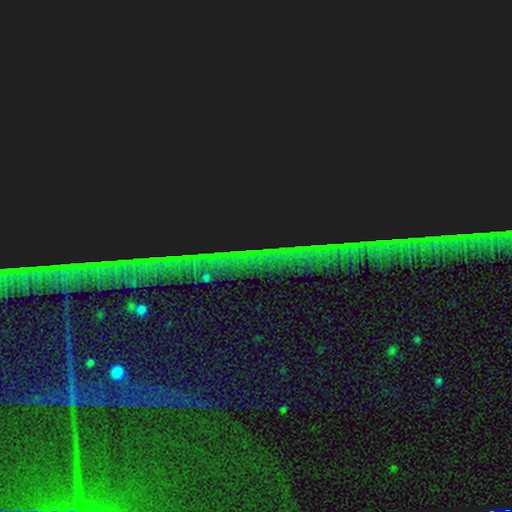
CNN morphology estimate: Smooth or featured: star or artifact — 90% (featured or disk — 6%)